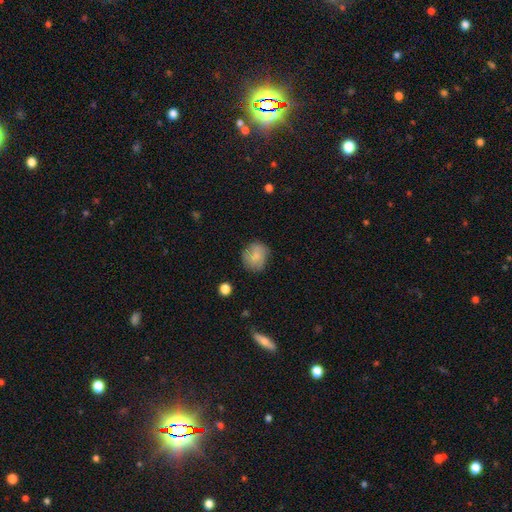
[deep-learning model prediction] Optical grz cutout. It shows a smooth galaxy with no disk features (74%) that is round (80%). Merging: none (74%).